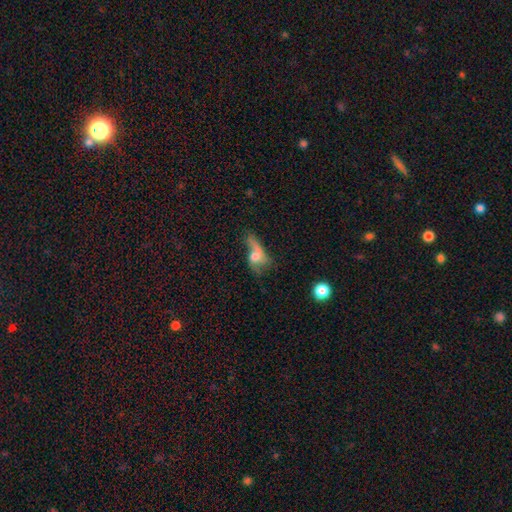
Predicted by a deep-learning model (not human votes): featured or disk 49%, smooth 39%, star or artifact 12%. Down the decision tree: merging — major disturbance (40%).